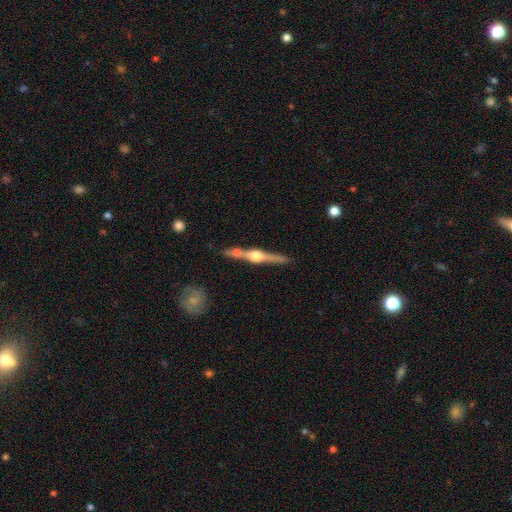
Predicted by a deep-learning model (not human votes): Overall: featured or disk (80%). Edge-on disk: yes (98%). Edge-on bulge: rounded (94%). Merging: none (74%).